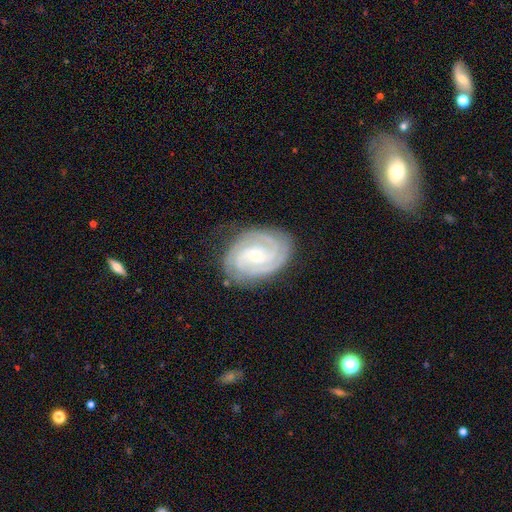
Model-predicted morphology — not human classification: Smooth or featured?
  - featured or disk: 90% *
  - smooth: 6%
  - star or artifact: 5%
Edge-on disk?
  - no: 97% *
  - yes: 3%
Bar?
  - no: 58% *
  - weak: 33%
  - strong: 9%
Spiral arms?
  - yes: 98% *
  - no: 2%
Spiral winding?
  - tight: 76% *
  - medium: 21%
  - loose: 3%
Spiral arm count?
  - 3: 37% *
  - 2: 21%
  - 4: 17%
  - can't tell: 15%
  - more than 4: 5%
  - 1: 5%
Bulge size?
  - small: 70% *
  - moderate: 27%
  - large: 1%
  - none: 1%
  - dominant: 1%
Merging?
  - none: 80% *
  - minor disturbance: 15%
  - major disturbance: 4%
  - merger: 1%